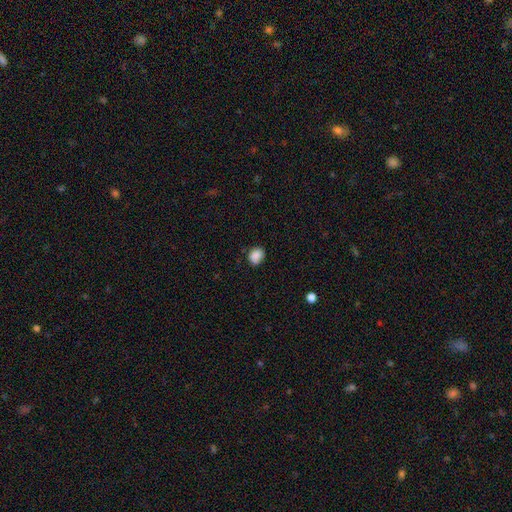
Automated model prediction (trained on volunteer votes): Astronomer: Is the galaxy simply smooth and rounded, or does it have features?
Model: smooth — 87%.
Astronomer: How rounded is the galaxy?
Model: round — 52% (runner-up: in between, 48%).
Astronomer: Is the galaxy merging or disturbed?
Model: none — 76%.